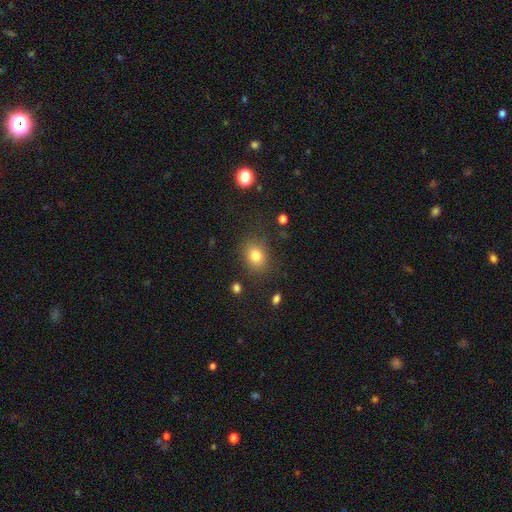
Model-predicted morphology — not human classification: Q: Smooth or featured?
A: smooth (80%); runner-up: star or artifact (12%)
Q: How rounded?
A: round (50%); runner-up: in between (49%)
Q: Merging?
A: none (79%); runner-up: minor disturbance (13%)